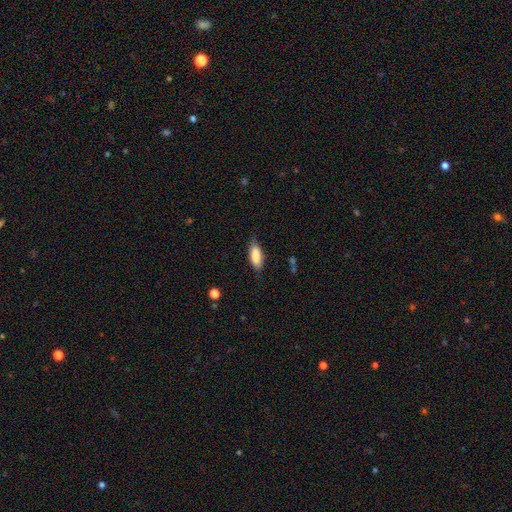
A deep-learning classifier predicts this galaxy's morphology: This appears to be a smooth galaxy with no disk features (83%) that is in between round and cigar-shaped (74%). Merging: none (77%).